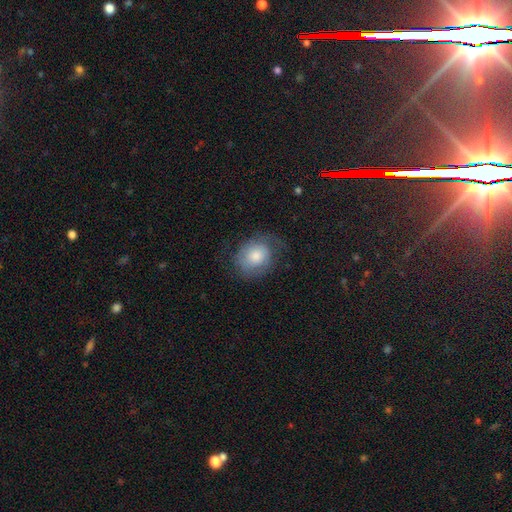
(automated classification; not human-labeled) Morphology: type=smooth (61%); roundness=round (60%); merging=none (57%).